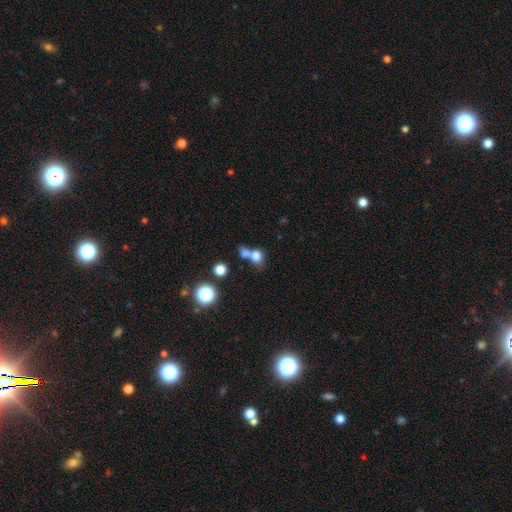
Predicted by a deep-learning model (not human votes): Overall: smooth (75%). How rounded: round (64%; in between 35%). Merging: merger (52%; none 34%).